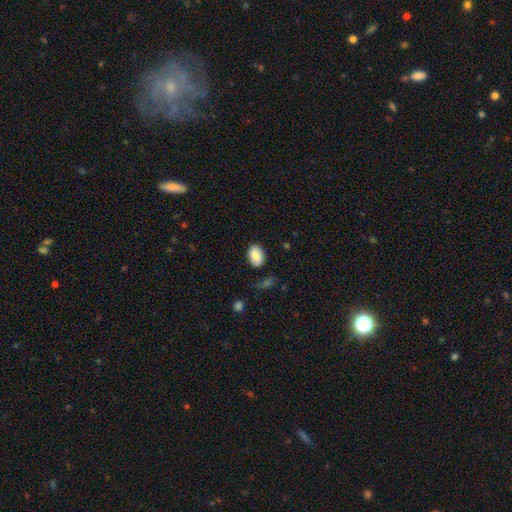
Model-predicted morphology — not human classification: smooth 84%, featured or disk 9%, star or artifact 7%. Down the decision tree: how rounded — in between (81%); merging — none (78%).